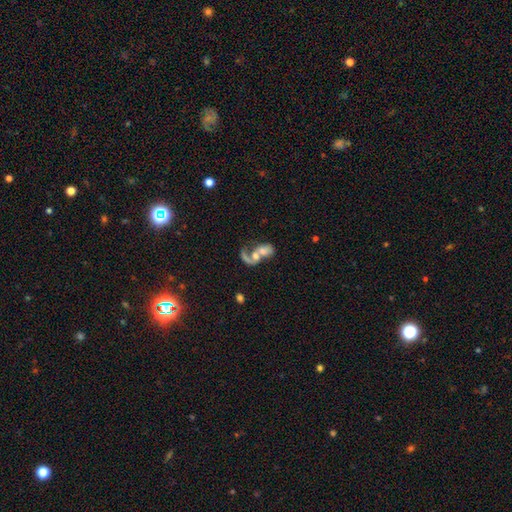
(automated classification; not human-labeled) A featured or disk galaxy (55%) with no bar (72%), spiral arms (65%) and a moderate central bulge (40%). Merging: merger (69%).